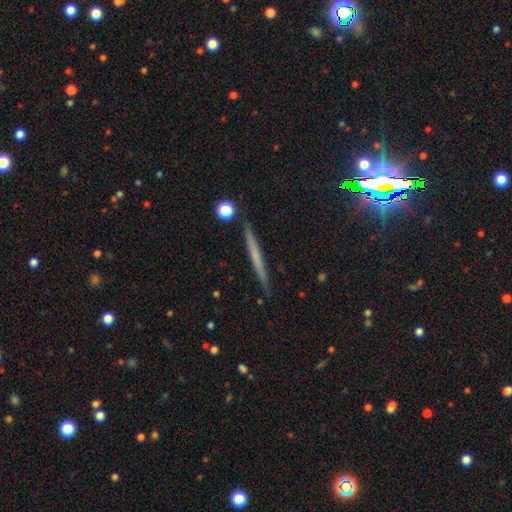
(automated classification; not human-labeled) Overall: featured or disk (46%; smooth 43%). Merging: none (91%).